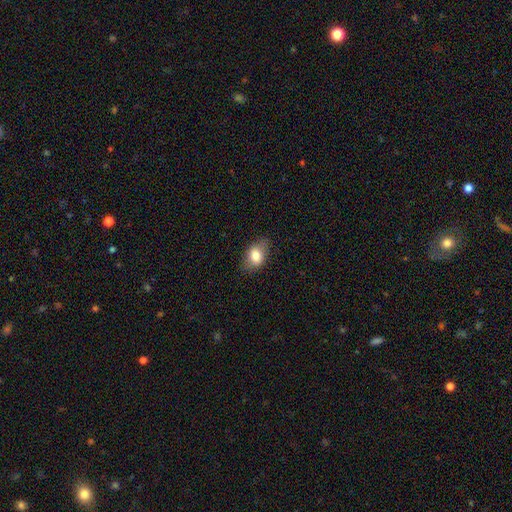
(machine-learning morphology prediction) smooth-or-featured: smooth: 78% | featured or disk: 14% | star or artifact: 8%
  how-rounded: in between: 81% | round: 17% | cigar-shaped: 2%
  merging: none: 78% | minor disturbance: 17% | major disturbance: 4% | merger: 1%